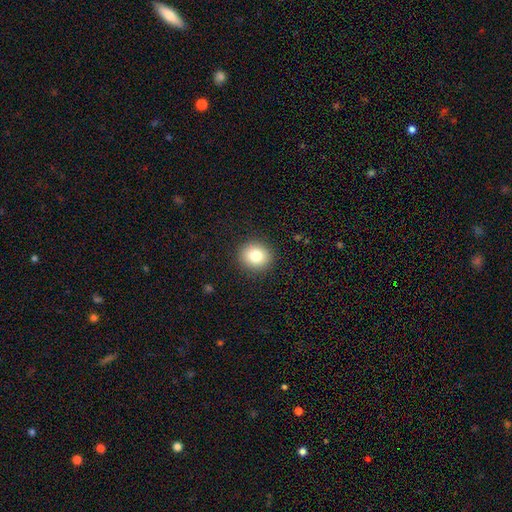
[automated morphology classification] smooth 82%, star or artifact 10%, featured or disk 8%. Down the decision tree: how rounded — round (83%); merging — none (91%).